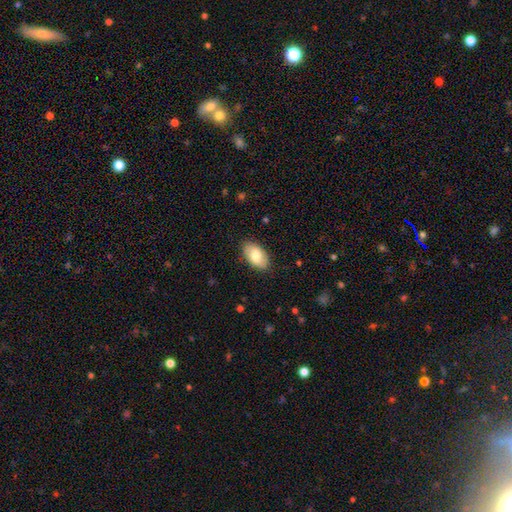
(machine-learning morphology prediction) Smooth or featured: smooth — 78% (featured or disk — 16%)
How rounded: in between — 95% (round — 4%)
Merging: none — 86% (minor disturbance — 11%)